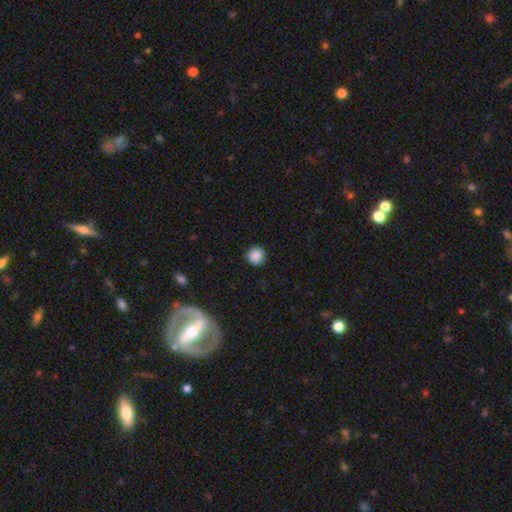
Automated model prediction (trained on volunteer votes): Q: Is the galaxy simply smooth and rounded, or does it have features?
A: smooth — 87%.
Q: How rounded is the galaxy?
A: round — 95%.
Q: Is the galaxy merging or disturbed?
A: none — 90%.